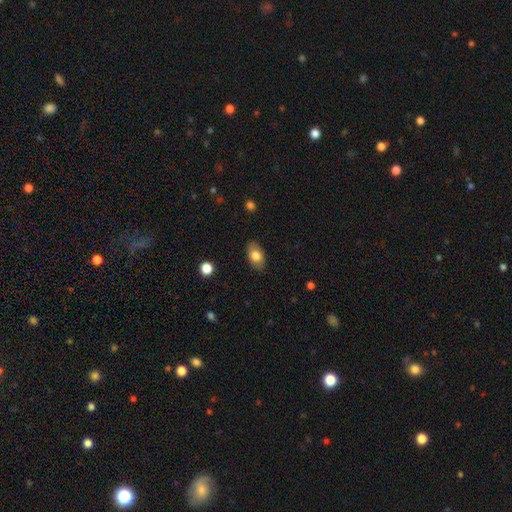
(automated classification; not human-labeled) Smooth or featured?
  - smooth: 77% *
  - featured or disk: 15%
  - star or artifact: 7%
How rounded?
  - in between: 89% *
  - round: 9%
  - cigar-shaped: 2%
Merging?
  - none: 85% *
  - minor disturbance: 12%
  - major disturbance: 3%
  - merger: 1%